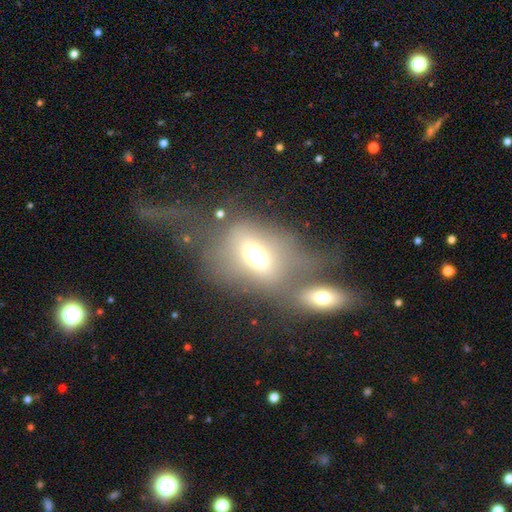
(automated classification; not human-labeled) Smooth or featured?
  - smooth: 61% *
  - featured or disk: 26%
  - star or artifact: 13%
How rounded?
  - in between: 71% *
  - round: 26%
  - cigar-shaped: 3%
Merging?
  - merger: 44% *
  - none: 24%
  - major disturbance: 21%
  - minor disturbance: 12%